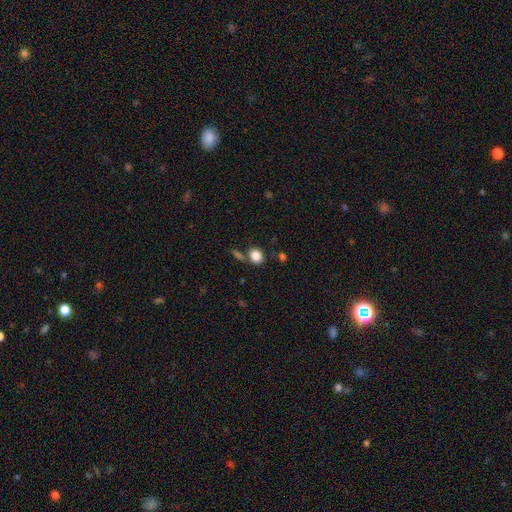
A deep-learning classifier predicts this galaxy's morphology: type=smooth (85%); roundness=round (64%); merging=none (71%).